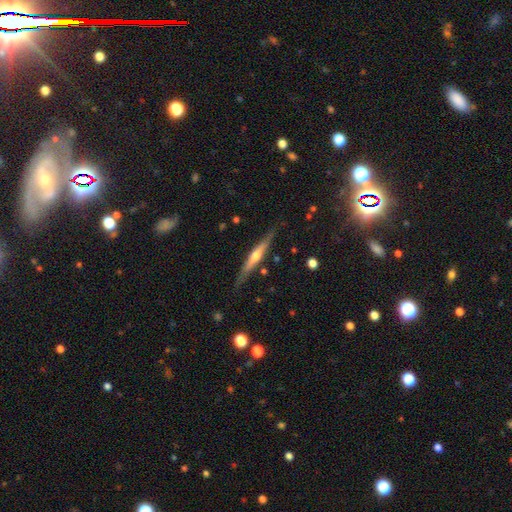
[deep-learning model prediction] smooth-or-featured: featured or disk: 68% | smooth: 26% | star or artifact: 6%
  disk-edge-on: yes: 96% | no: 4%
    edge-on-bulge: rounded: 82% | none: 12% | boxy: 6%
  merging: none: 82% | minor disturbance: 13% | major disturbance: 3% | merger: 2%